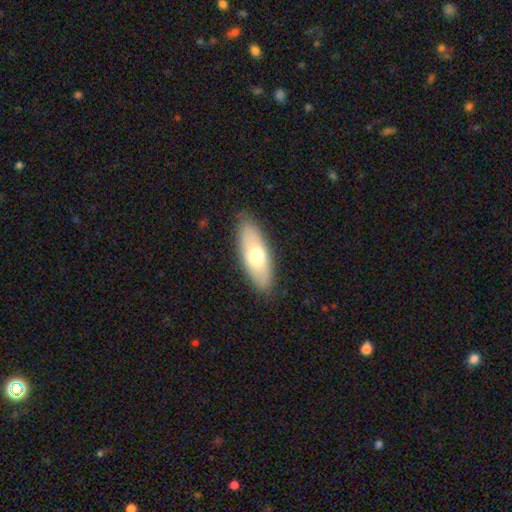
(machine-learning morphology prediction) This is likely a smooth galaxy (64%). How rounded: likely in between (69%). Merging: clearly none (87%).